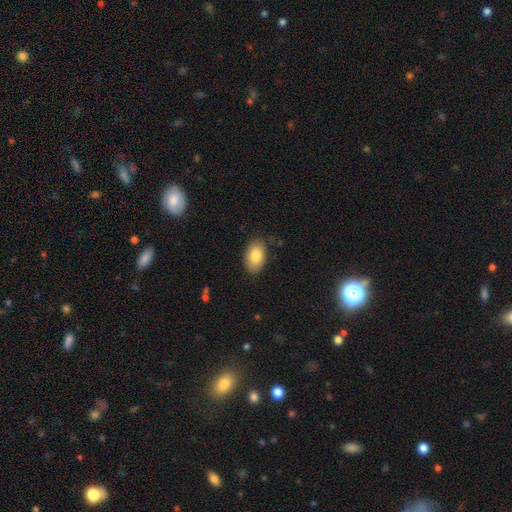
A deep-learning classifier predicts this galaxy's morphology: Smooth or featured: smooth — 83% (featured or disk — 10%)
How rounded: in between — 92% (round — 7%)
Merging: none — 84% (minor disturbance — 12%)